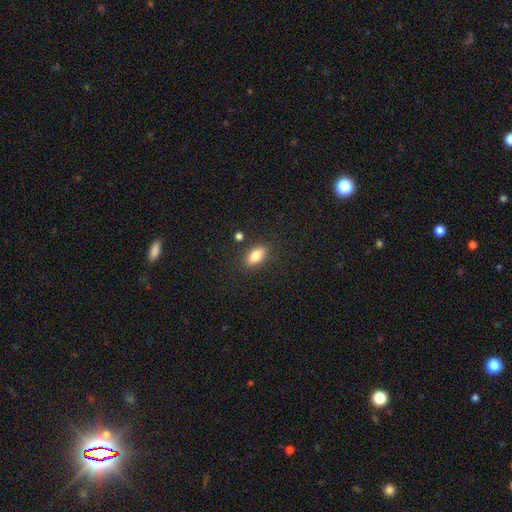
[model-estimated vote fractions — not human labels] This appears to be a smooth galaxy with no disk features (82%) that is in between round and cigar-shaped (88%). Merging: none (84%).